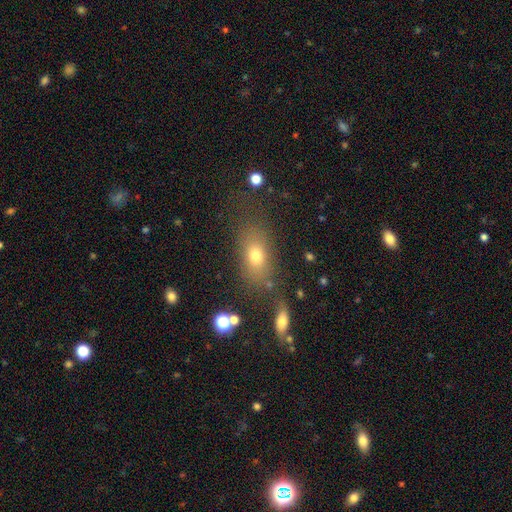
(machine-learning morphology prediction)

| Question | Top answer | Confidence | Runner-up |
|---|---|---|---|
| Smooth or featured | smooth | 69% | star or artifact (16%) |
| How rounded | in between | 76% | round (18%) |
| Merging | none | 70% | minor disturbance (15%) |